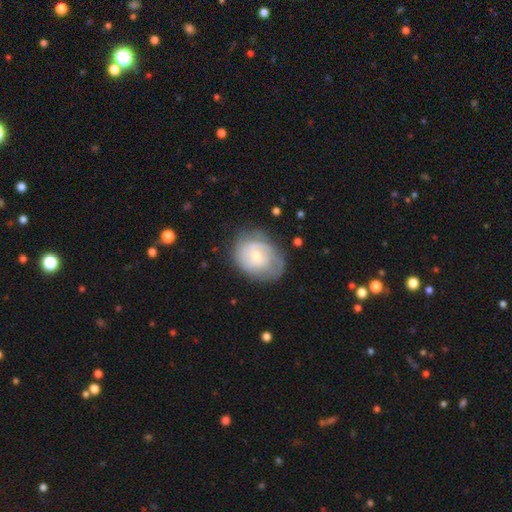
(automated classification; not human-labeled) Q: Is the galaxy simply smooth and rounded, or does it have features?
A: featured or disk — 58%.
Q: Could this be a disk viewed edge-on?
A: no — 97%.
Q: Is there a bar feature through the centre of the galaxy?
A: no — 69%.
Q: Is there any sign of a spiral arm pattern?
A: yes — 75%.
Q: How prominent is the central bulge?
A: small — 54%.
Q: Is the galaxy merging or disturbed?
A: none — 59%.